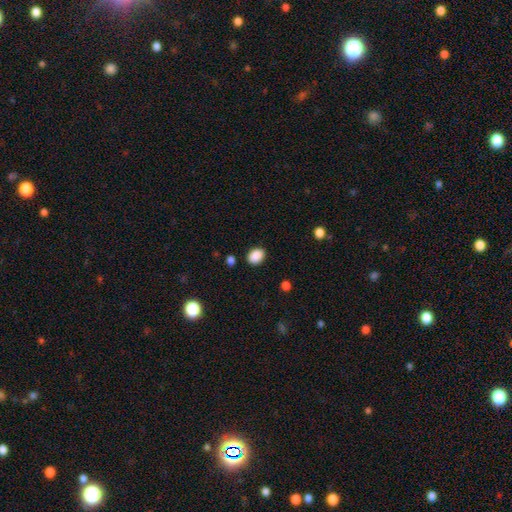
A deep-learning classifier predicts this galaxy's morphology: This appears to be a smooth galaxy with no disk features (89%) that is in between round and cigar-shaped (69%). Merging: none (87%).